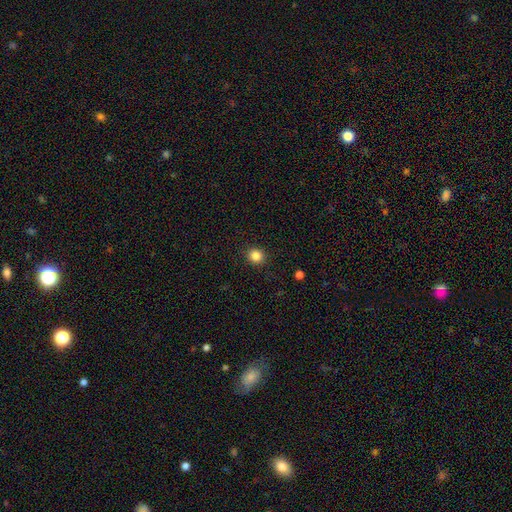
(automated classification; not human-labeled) This appears to be a smooth galaxy with no disk features (84%) that is round (87%). Merging: none (92%).